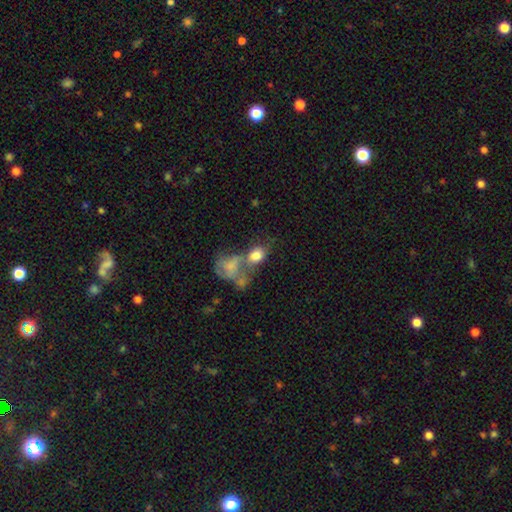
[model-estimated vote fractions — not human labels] A smooth galaxy with no disk features (70%) that is in between round and cigar-shaped (63%). Merging: merger (56%).